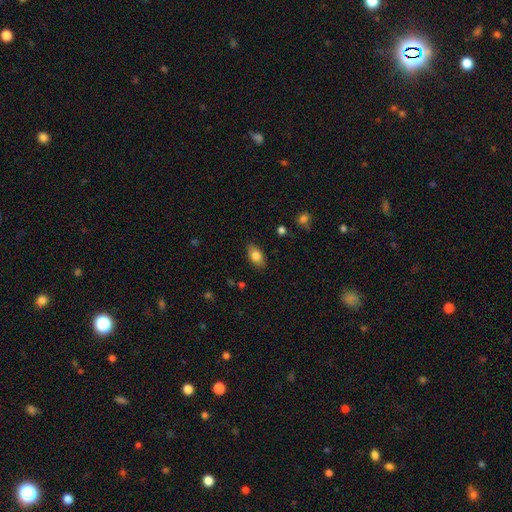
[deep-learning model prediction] smooth_or_featured: smooth (p=0.81) [alt: featured or disk p=0.12]
how_rounded: in between (p=0.90) [alt: round p=0.06]
merging: none (p=0.86) [alt: minor disturbance p=0.11]